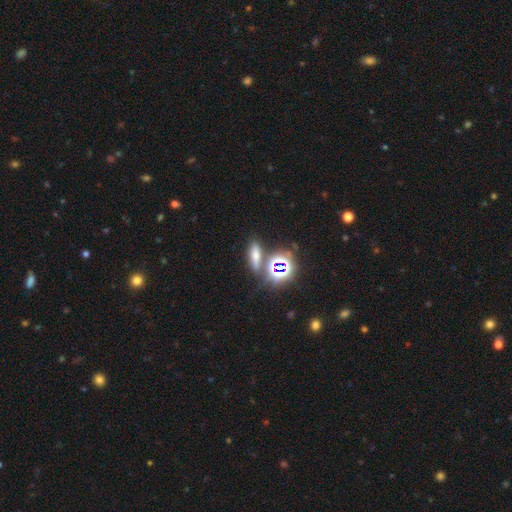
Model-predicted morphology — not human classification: This appears to be a smooth galaxy with no disk features (51%) that is in between round and cigar-shaped (45%). Merging: none (73%).